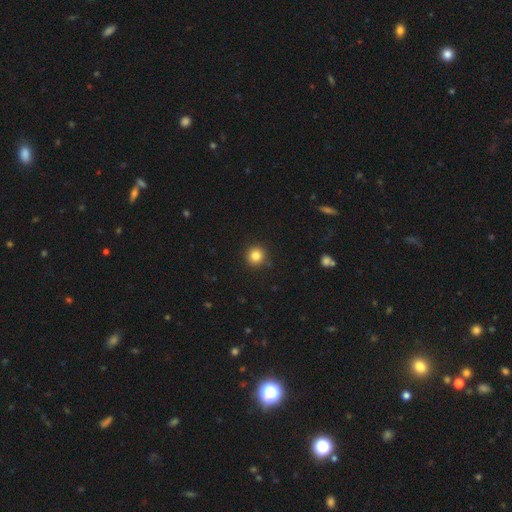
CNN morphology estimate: smooth-or-featured: smooth: 84% | star or artifact: 11% | featured or disk: 4%
  how-rounded: round: 95% | in between: 4% | cigar-shaped: 1%
  merging: none: 90% | minor disturbance: 7% | major disturbance: 2% | merger: 1%